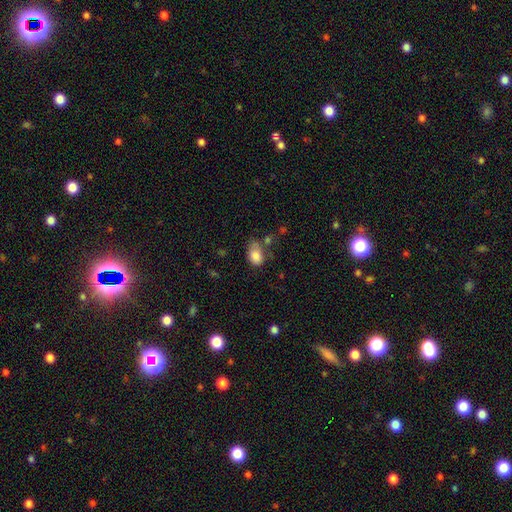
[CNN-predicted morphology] smooth-or-featured: smooth: 83% | featured or disk: 9% | star or artifact: 9%
  how-rounded: in between: 82% | round: 17% | cigar-shaped: 1%
  merging: none: 39% | minor disturbance: 32% | major disturbance: 16% | merger: 13%